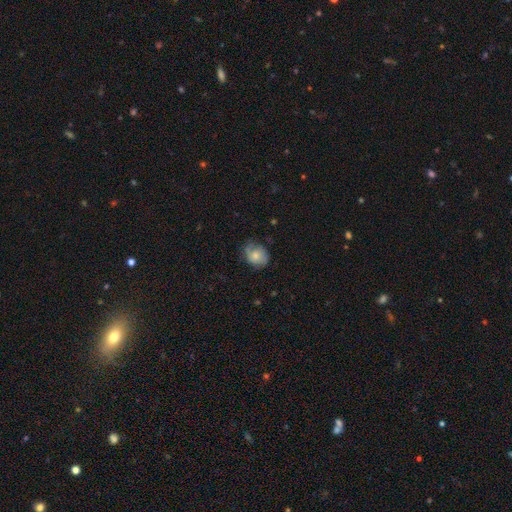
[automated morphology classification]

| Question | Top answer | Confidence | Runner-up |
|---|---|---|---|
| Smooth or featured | smooth | 65% | featured or disk (27%) |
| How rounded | round | 57% | in between (42%) |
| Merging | none | 59% | minor disturbance (29%) |